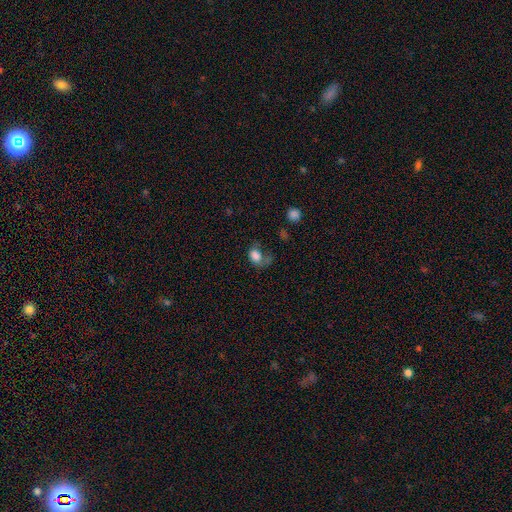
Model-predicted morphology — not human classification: Smooth or featured: smooth — 76% (featured or disk — 12%)
How rounded: in between — 69% (round — 29%)
Merging: major disturbance — 32% (none — 31%)